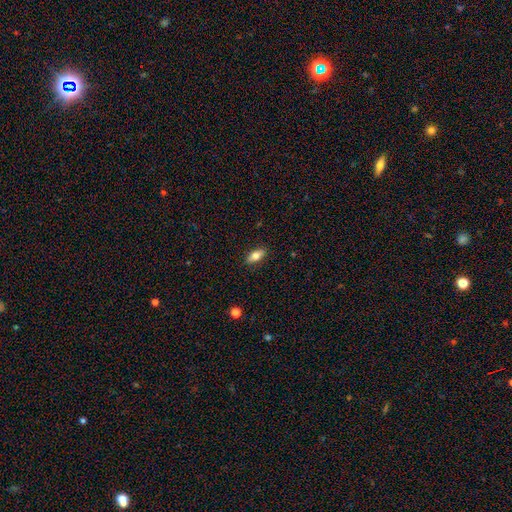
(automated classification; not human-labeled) smooth_or_featured: smooth (p=0.73) [alt: featured or disk p=0.20]
how_rounded: in between (p=0.82) [alt: cigar-shaped p=0.14]
merging: none (p=0.88) [alt: minor disturbance p=0.09]